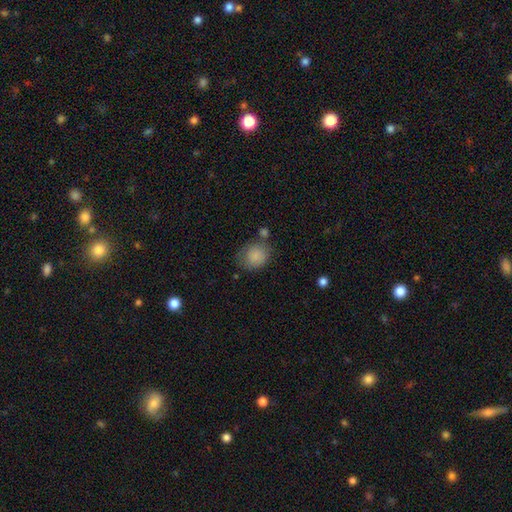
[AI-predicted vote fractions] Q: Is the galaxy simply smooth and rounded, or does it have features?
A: smooth — 85%.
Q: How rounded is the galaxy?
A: round — 67%.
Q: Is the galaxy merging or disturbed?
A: none — 61%.